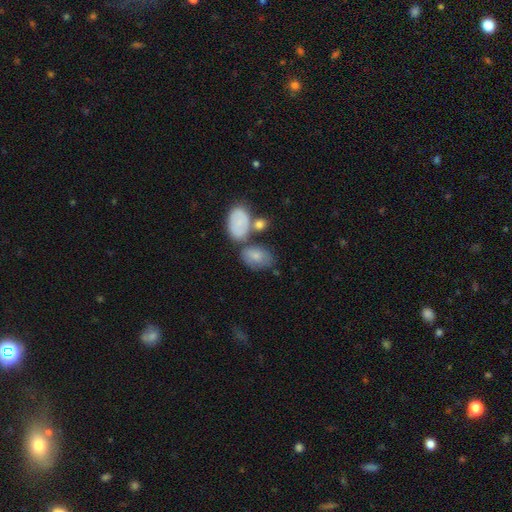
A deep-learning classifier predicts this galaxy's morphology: Overall: smooth (71%). How rounded: in between (84%). Merging: none (45%; merger 26%).